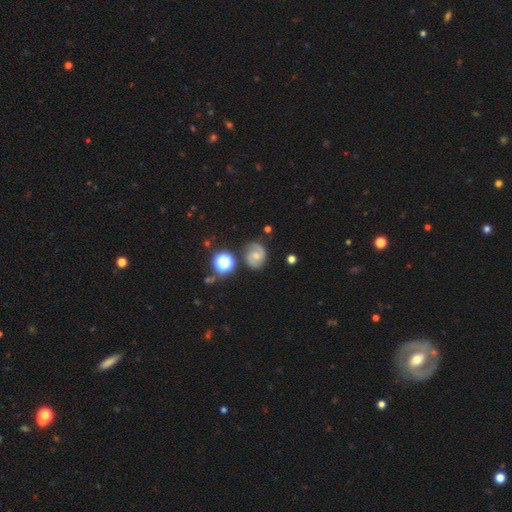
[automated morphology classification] Smooth or featured?
  - featured or disk: 75% *
  - smooth: 16%
  - star or artifact: 9%
Edge-on disk?
  - no: 98% *
  - yes: 2%
Bar?
  - no: 56% *
  - weak: 37%
  - strong: 7%
Spiral arms?
  - yes: 94% *
  - no: 6%
Spiral winding?
  - medium: 50% *
  - tight: 35%
  - loose: 15%
Spiral arm count?
  - 2: 87% *
  - can't tell: 6%
  - 1: 2%
  - 3: 2%
  - 4: 1%
  - more than 4: 1%
Bulge size?
  - small: 53% *
  - moderate: 40%
  - none: 4%
  - large: 2%
  - dominant: 1%
Merging?
  - none: 78% *
  - minor disturbance: 14%
  - major disturbance: 4%
  - merger: 4%